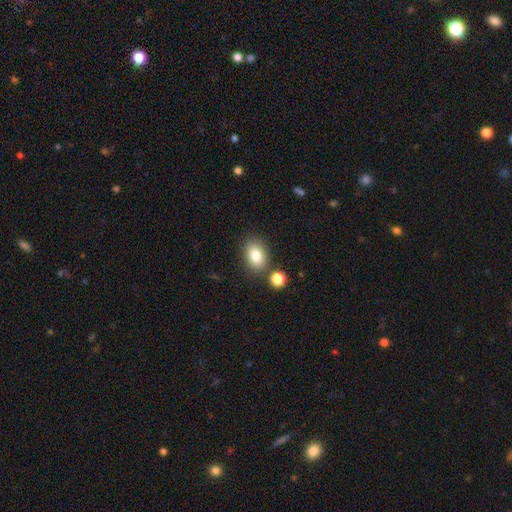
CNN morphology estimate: The model was most divided on "how rounded": in between: 76%, round: 22%, cigar-shaped: 1%. More confident: smooth or featured — smooth (83%); merging — none (77%).